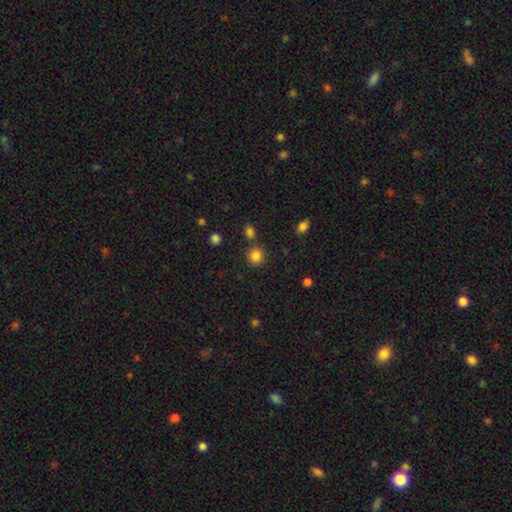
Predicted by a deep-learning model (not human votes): smooth-or-featured: smooth: 84% | star or artifact: 12% | featured or disk: 4%
  how-rounded: round: 88% | in between: 11% | cigar-shaped: 1%
  merging: none: 81% | merger: 8% | minor disturbance: 8% | major disturbance: 3%